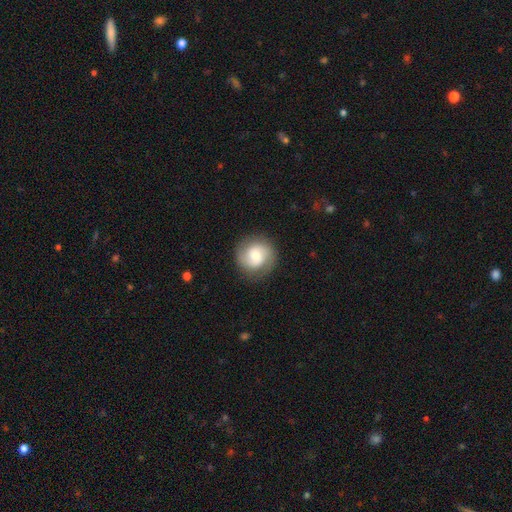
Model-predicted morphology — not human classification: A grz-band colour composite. It shows a featured or disk galaxy (57%) with no bar (51%), spiral arms (90%) and a moderate central bulge (55%). Merging: none (84%).